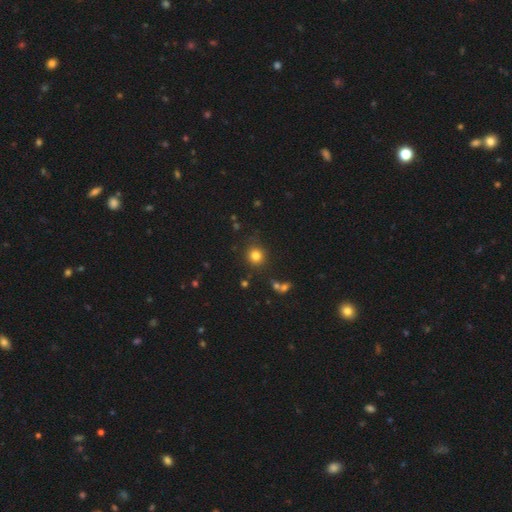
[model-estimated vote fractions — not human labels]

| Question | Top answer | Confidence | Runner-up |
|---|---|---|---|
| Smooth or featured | smooth | 80% | star or artifact (14%) |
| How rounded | round | 90% | in between (9%) |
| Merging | none | 85% | minor disturbance (9%) |